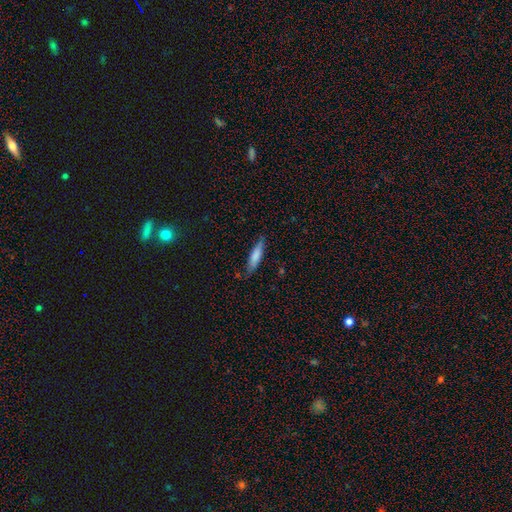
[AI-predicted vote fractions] Smooth or featured? Predicted: smooth (p=0.75). How rounded? Predicted: cigar-shaped (p=0.75). Merging? Predicted: none (p=0.78).